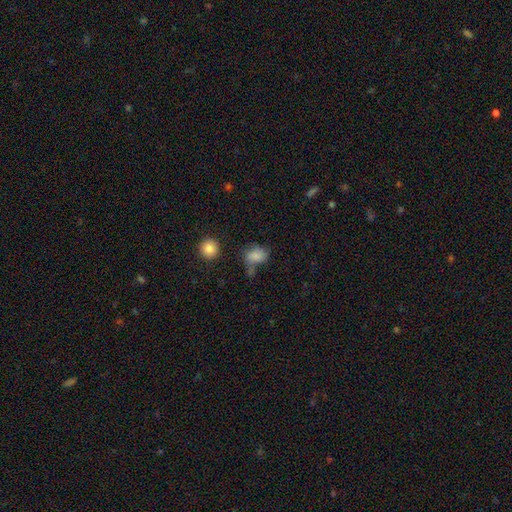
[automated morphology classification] type=smooth (80%); roundness=in between (61%); merging=none (47%).